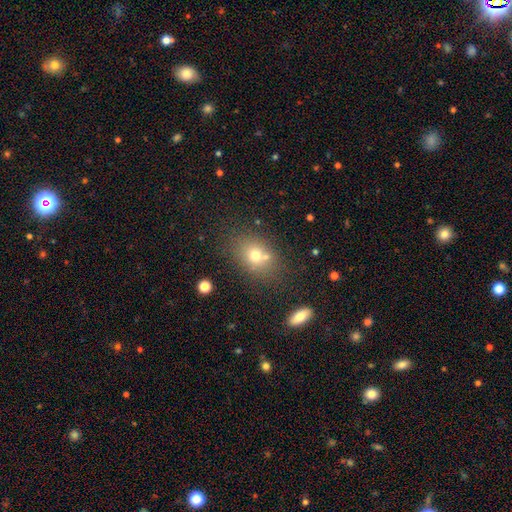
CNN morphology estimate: Smooth or featured? Predicted: smooth (p=0.68). How rounded? Predicted: in between (p=0.56). Merging? Predicted: none (p=0.61).